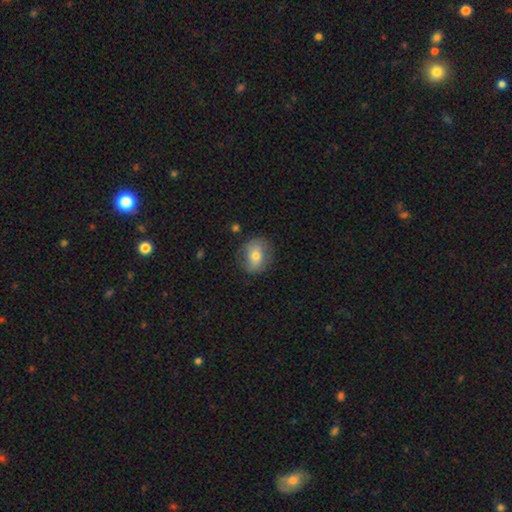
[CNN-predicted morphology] Q: Smooth or featured?
A: smooth (59%); runner-up: featured or disk (33%)
Q: How rounded?
A: round (54%); runner-up: in between (45%)
Q: Merging?
A: none (75%); runner-up: minor disturbance (17%)